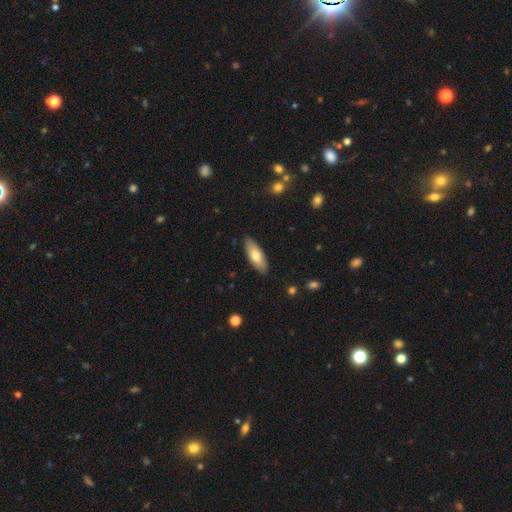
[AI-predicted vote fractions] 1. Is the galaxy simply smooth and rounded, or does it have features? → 69% smooth, 26% featured or disk, 6% star or artifact.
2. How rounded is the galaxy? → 71% in between, 27% cigar-shaped, 2% round.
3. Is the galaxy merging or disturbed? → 87% none, 10% minor disturbance, 2% major disturbance, 1% merger.